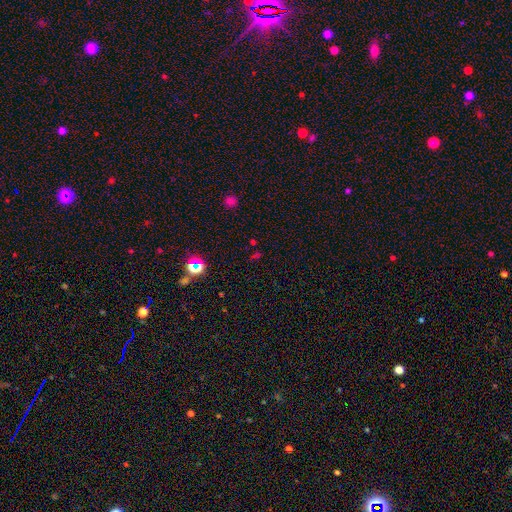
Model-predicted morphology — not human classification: A star or artifact, not a galaxy (61%).